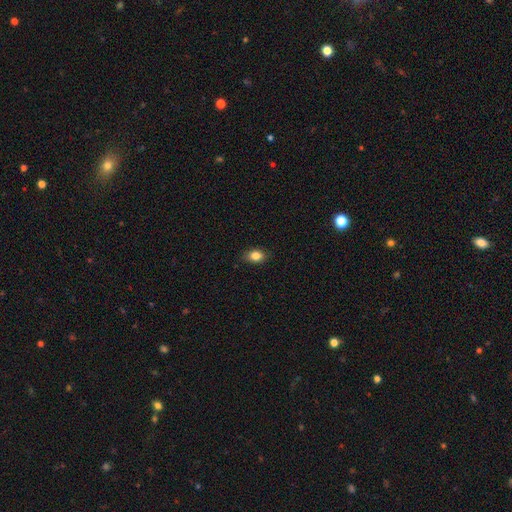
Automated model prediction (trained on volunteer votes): Q: Smooth or featured?
A: smooth (84%); runner-up: star or artifact (9%)
Q: How rounded?
A: in between (76%); runner-up: round (23%)
Q: Merging?
A: none (85%); runner-up: minor disturbance (12%)